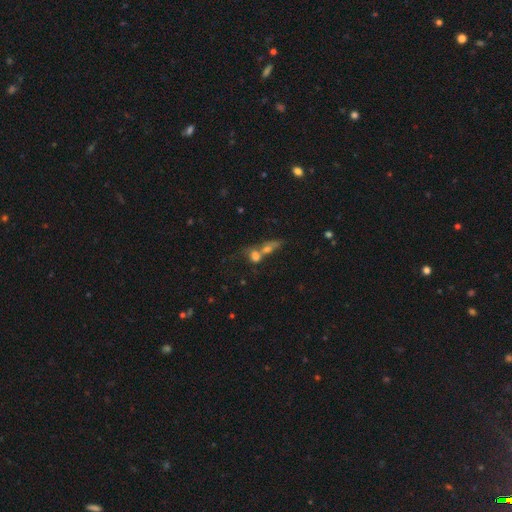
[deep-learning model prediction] Overall: smooth (65%). How rounded: in between (48%; round 43%). Merging: merger (70%).